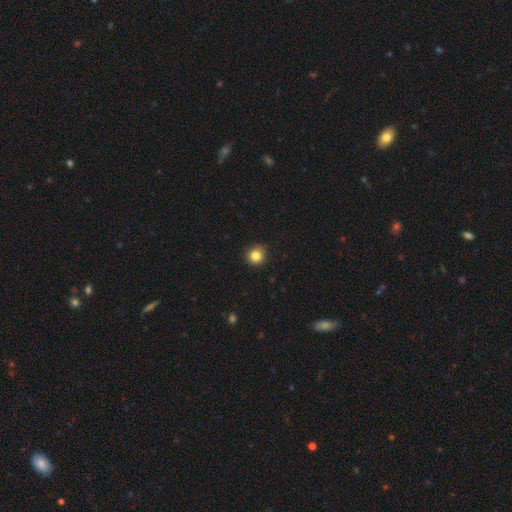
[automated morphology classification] smooth 84%, star or artifact 11%, featured or disk 5%. Down the decision tree: how rounded — round (91%); merging — none (89%).